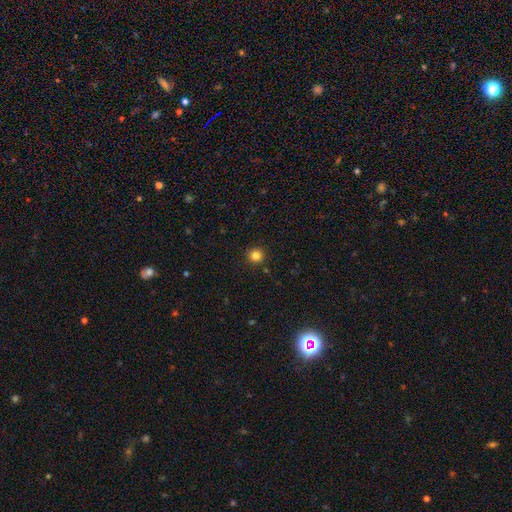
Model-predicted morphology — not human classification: A smooth galaxy with no disk features (83%) that is round (95%). Merging: none (92%).